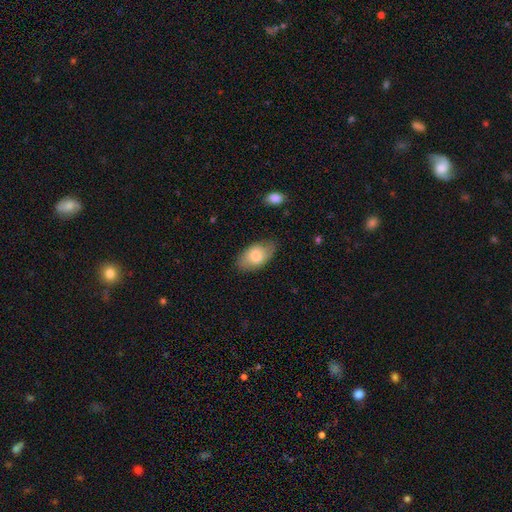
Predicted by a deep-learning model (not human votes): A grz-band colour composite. It shows a smooth galaxy with no disk features (73%) that is in between round and cigar-shaped (93%). Merging: none (76%).